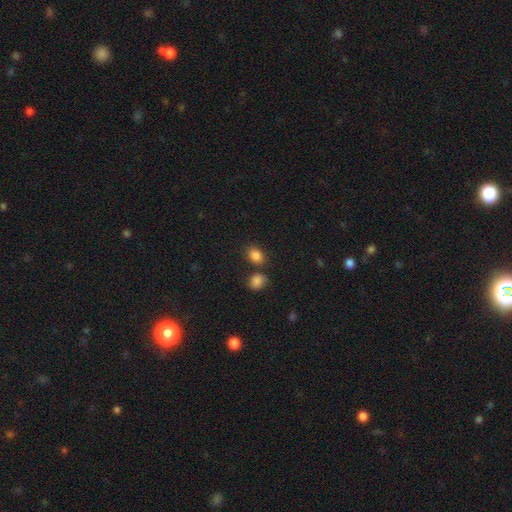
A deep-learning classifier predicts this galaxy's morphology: Smooth or featured?
  - smooth: 85% *
  - star or artifact: 10%
  - featured or disk: 5%
How rounded?
  - in between: 62% *
  - round: 37%
  - cigar-shaped: 1%
Merging?
  - none: 70% *
  - merger: 14%
  - minor disturbance: 12%
  - major disturbance: 3%